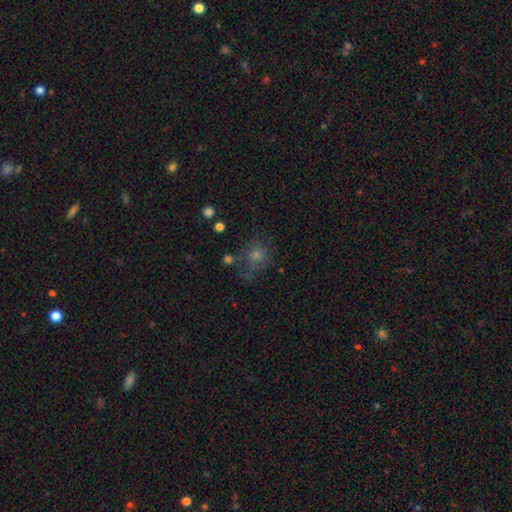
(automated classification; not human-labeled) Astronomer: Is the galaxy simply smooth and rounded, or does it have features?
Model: smooth — 54%.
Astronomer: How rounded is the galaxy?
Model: round — 71%.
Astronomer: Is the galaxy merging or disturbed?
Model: none — 50%.